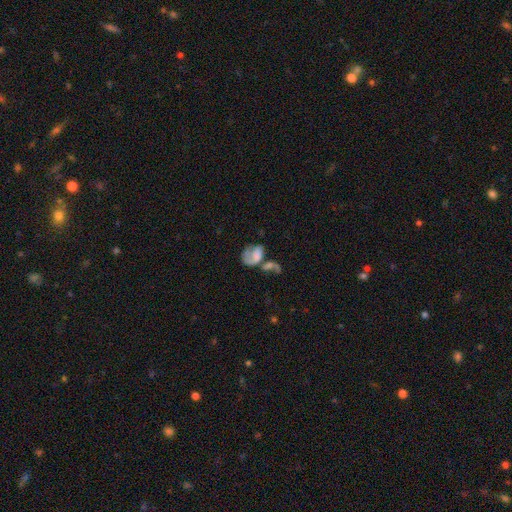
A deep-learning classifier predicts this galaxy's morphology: This is possibly a featured or disk galaxy (47%). Merging: marginally merger (44%).